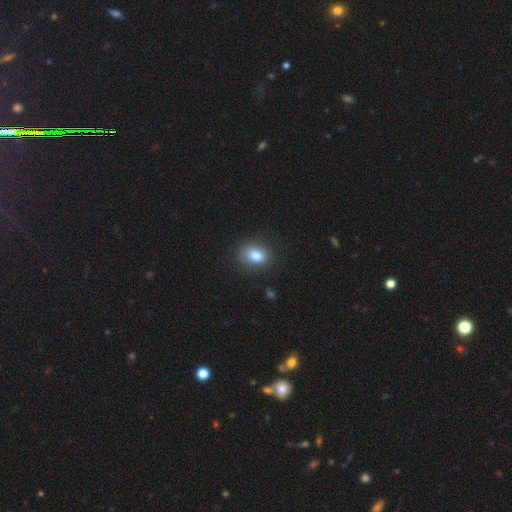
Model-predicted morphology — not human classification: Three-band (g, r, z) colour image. It shows a smooth galaxy with no disk features (84%) that is in between round and cigar-shaped (64%). Merging: none (83%).